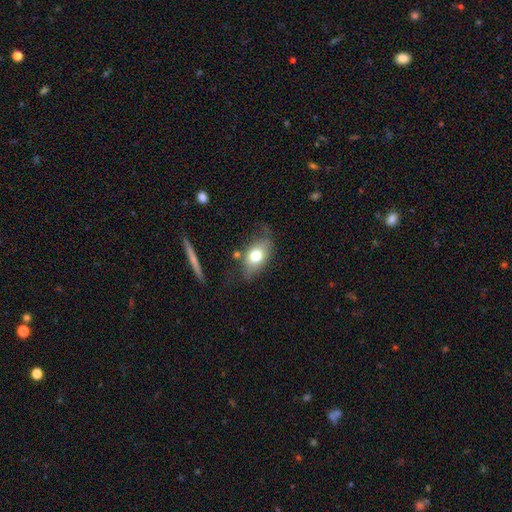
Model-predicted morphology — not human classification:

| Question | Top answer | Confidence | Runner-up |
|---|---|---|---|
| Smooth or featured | smooth | 67% | featured or disk (25%) |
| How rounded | in between | 81% | round (15%) |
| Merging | none | 61% | minor disturbance (24%) |